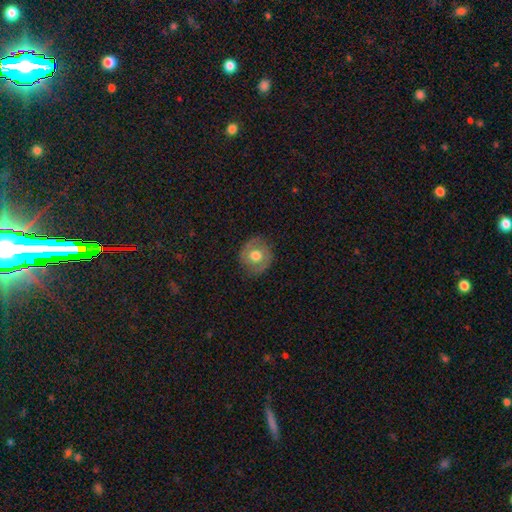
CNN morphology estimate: This is possibly a smooth galaxy (52%). How rounded: clearly round (84%). Merging: clearly none (81%).